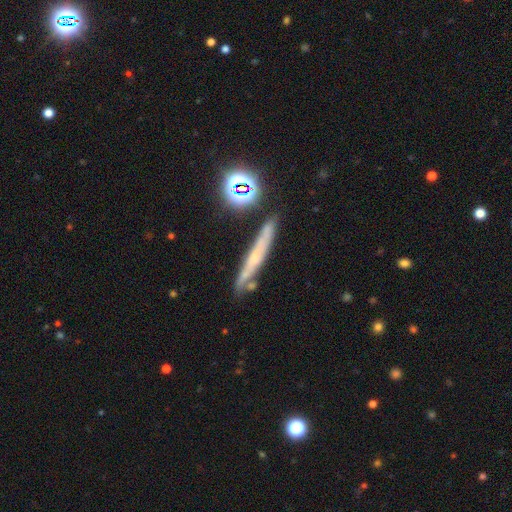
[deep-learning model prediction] Smooth or featured? featured or disk (51%)
Edge-on disk? yes (87%)
Merging? none (77%)